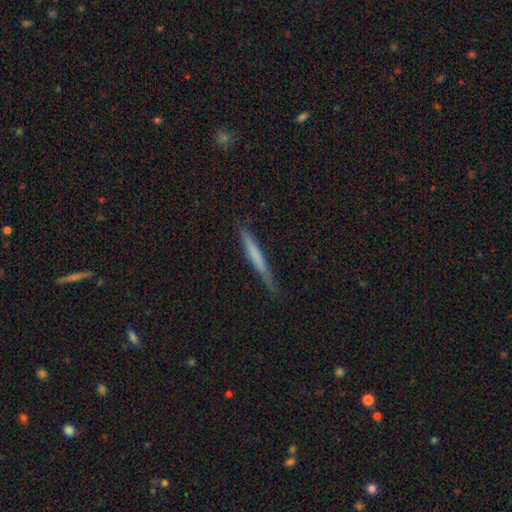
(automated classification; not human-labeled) smooth-or-featured: smooth: 58% | featured or disk: 36% | star or artifact: 6%
  how-rounded: cigar-shaped: 96% | in between: 2% | round: 1%
  merging: none: 82% | minor disturbance: 14% | major disturbance: 3% | merger: 1%